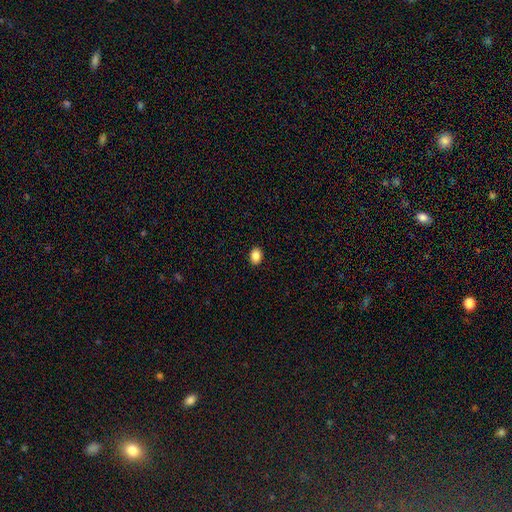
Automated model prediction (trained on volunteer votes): A smooth galaxy with no disk features (87%) that is in between round and cigar-shaped (76%).

Vote fractions:
- Smooth or featured? smooth: 87% / star or artifact: 8% / featured or disk: 5%
- How rounded? in between: 76% / round: 23% / cigar-shaped: 1%
- Merging? none: 91% / minor disturbance: 7% / major disturbance: 2% / merger: 1%